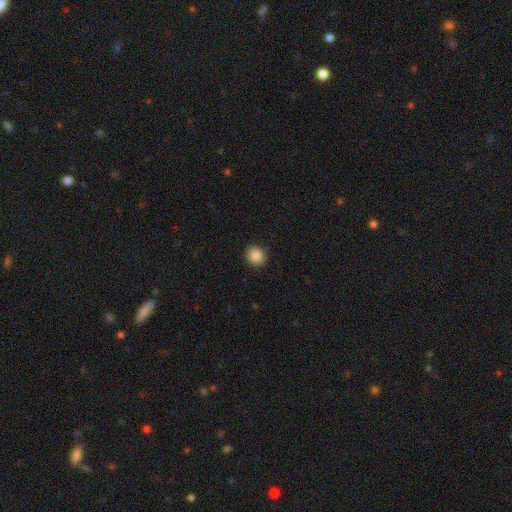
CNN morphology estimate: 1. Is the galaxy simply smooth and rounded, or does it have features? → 88% smooth, 9% star or artifact, 3% featured or disk.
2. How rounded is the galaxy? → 71% round, 28% in between, 1% cigar-shaped.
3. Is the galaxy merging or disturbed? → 89% none, 8% minor disturbance, 2% major disturbance, 1% merger.